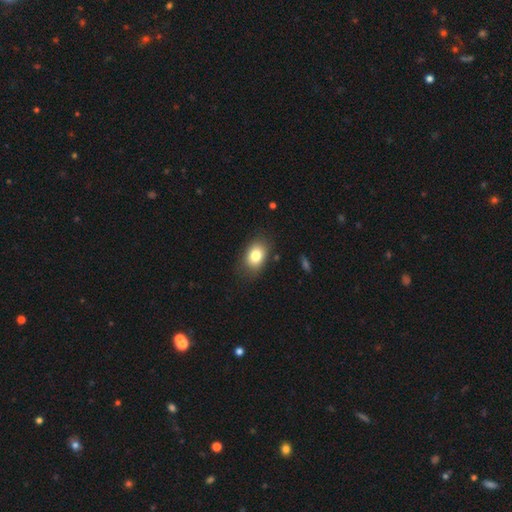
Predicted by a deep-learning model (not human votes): Smooth or featured? Predicted: smooth (p=0.81). How rounded? Predicted: in between (p=0.76). Merging? Predicted: none (p=0.80).